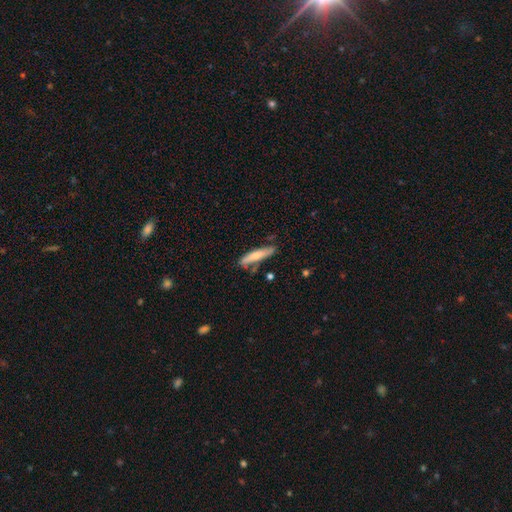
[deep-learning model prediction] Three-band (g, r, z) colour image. It shows a smooth galaxy with no disk features (67%) that is cigar-shaped (85%). Merging: none (68%).